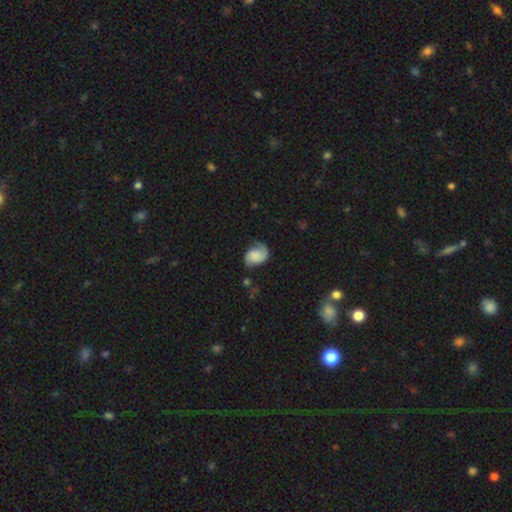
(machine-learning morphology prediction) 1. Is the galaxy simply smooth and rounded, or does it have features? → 55% featured or disk, 37% smooth, 8% star or artifact.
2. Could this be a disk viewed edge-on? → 98% no, 2% yes.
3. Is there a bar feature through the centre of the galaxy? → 69% no, 25% weak, 6% strong.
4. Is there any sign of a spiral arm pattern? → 91% yes, 9% no.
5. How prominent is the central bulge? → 43% none, 18% large, 17% small, 13% moderate, 8% dominant.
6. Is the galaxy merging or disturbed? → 51% none, 27% minor disturbance, 20% major disturbance, 3% merger.